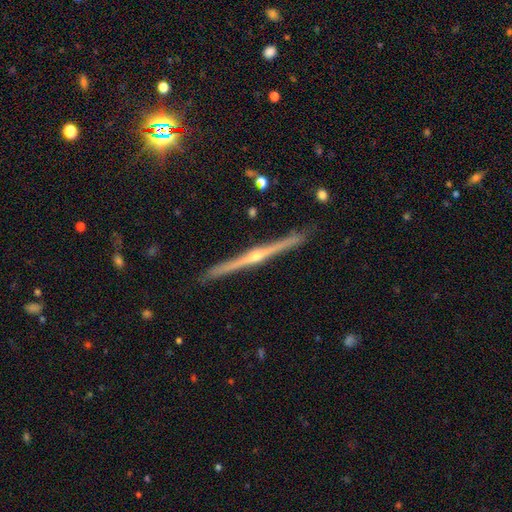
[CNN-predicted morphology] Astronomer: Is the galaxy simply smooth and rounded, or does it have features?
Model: featured or disk — 86%.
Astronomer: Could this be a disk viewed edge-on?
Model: yes — 99%.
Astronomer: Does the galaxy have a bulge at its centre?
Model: rounded — 89%.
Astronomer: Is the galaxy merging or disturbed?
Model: none — 90%.